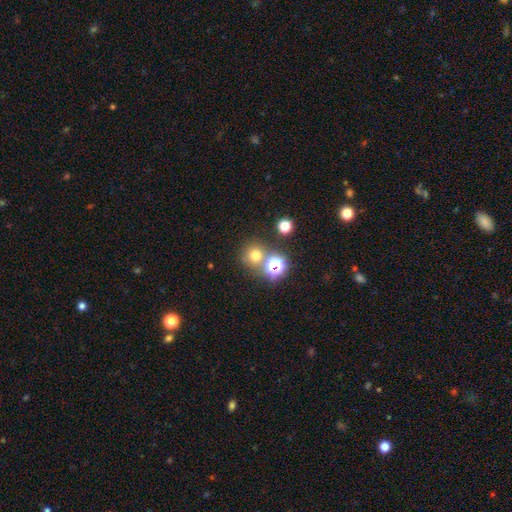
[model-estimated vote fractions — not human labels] Smooth or featured? smooth (65%)
How rounded? round (90%)
Merging? none (67%)